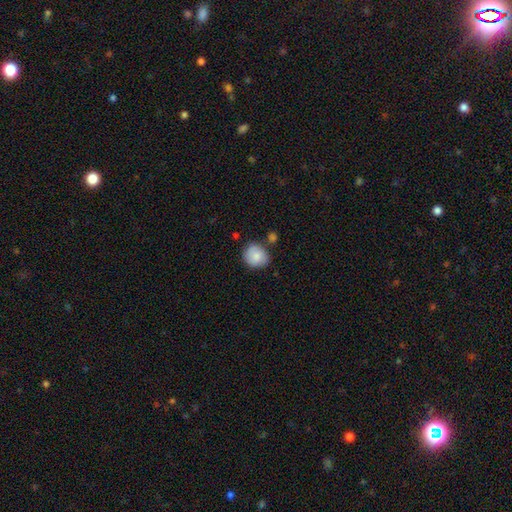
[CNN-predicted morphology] type=smooth (81%); roundness=round (77%); merging=none (71%).